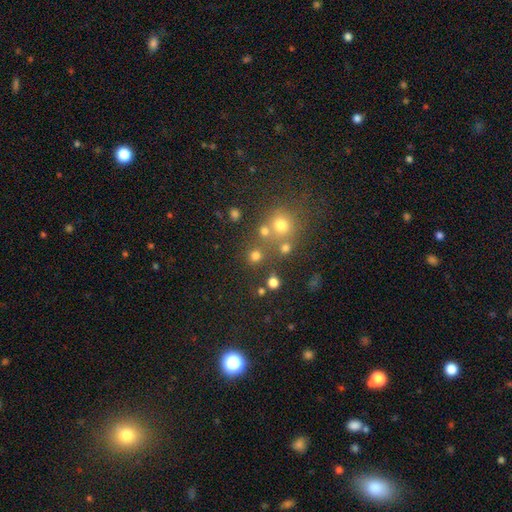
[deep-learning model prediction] A smooth galaxy with no disk features (74%) that is round (90%). Merging: none (73%).